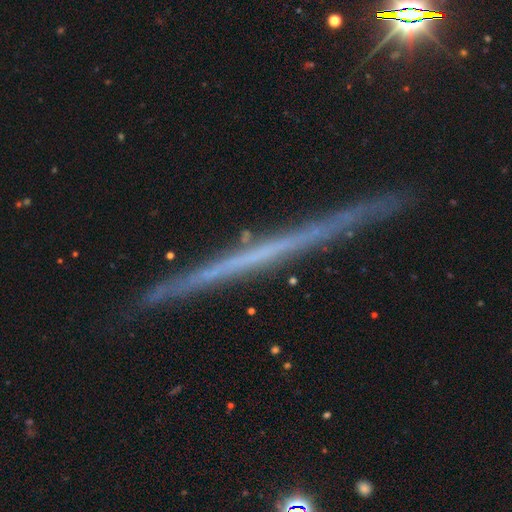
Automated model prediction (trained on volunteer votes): smooth_or_featured: featured or disk (p=0.69) [alt: smooth p=0.22]
disk_edge_on: yes (p=0.97) [alt: no p=0.03]
edge_on_bulge: none (p=0.92) [alt: rounded p=0.05]
merging: none (p=0.90) [alt: minor disturbance p=0.07]